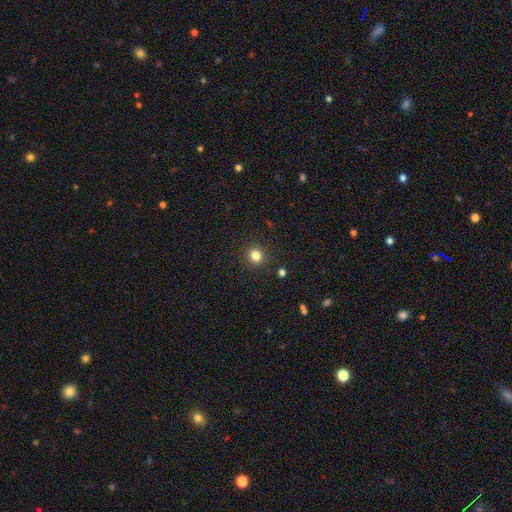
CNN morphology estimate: type=smooth (81%); roundness=round (89%); merging=none (91%).